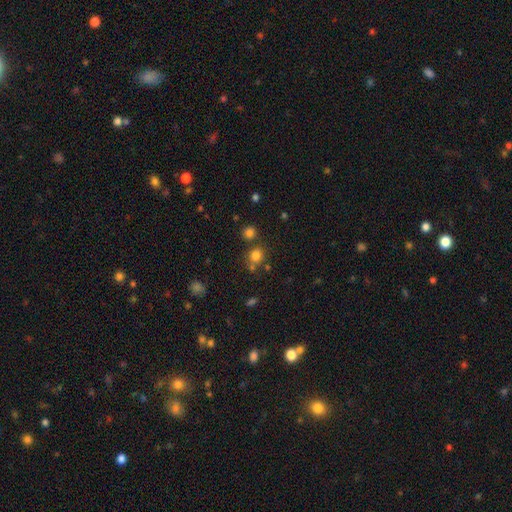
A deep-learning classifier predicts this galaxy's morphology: smooth 77%, star or artifact 17%, featured or disk 7%. Down the decision tree: how rounded — round (83%); merging — none (69%).